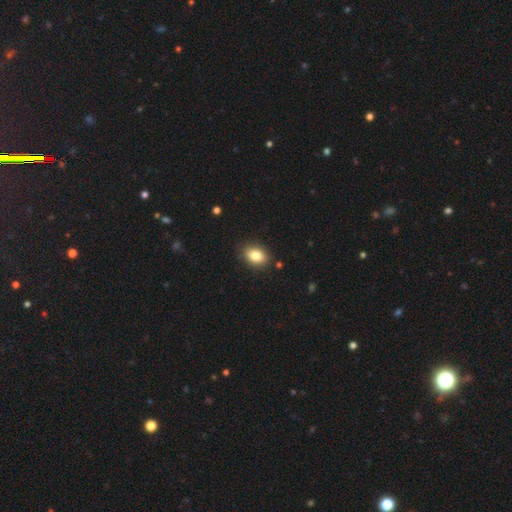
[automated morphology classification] smooth 82%, star or artifact 9%, featured or disk 8%. Down the decision tree: how rounded — in between (76%); merging — none (86%).